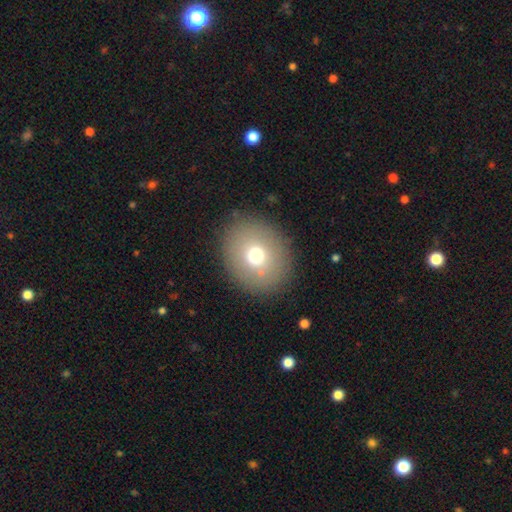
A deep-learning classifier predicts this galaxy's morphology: Overall: smooth (71%). How rounded: round (66%; in between 33%). Merging: none (87%).